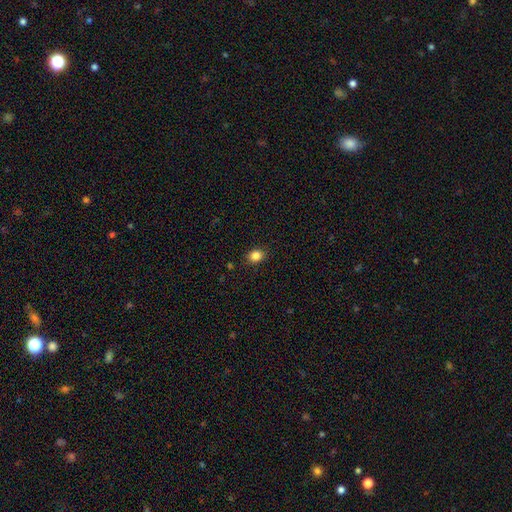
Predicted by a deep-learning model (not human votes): A smooth galaxy with no disk features (85%) that is in between round and cigar-shaped (53%).

Vote fractions:
- Smooth or featured? smooth: 85% / star or artifact: 11% / featured or disk: 5%
- How rounded? in between: 53% / round: 46% / cigar-shaped: 1%
- Merging? none: 88% / minor disturbance: 9% / major disturbance: 2% / merger: 1%